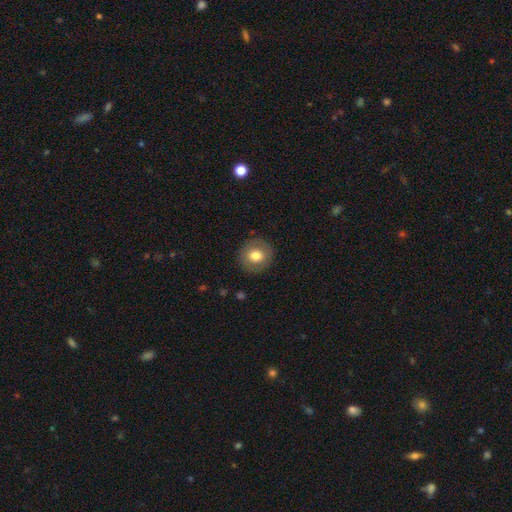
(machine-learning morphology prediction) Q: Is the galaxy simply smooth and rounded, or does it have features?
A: smooth — 77%.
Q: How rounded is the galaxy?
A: round — 88%.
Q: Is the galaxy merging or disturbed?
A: none — 89%.